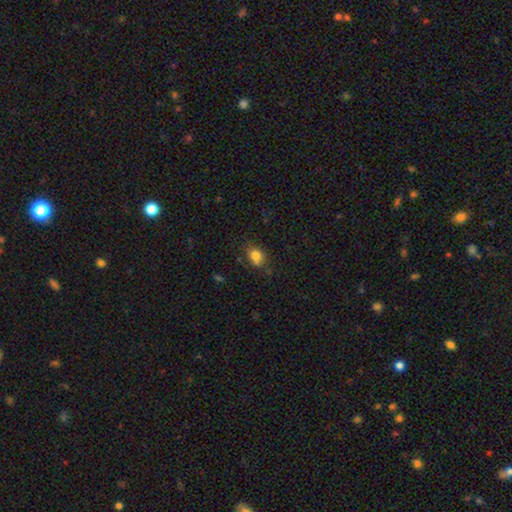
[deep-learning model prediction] A smooth galaxy with no disk features (79%) that is in between round and cigar-shaped (55%).

Vote fractions:
- Smooth or featured? smooth: 79% / star or artifact: 12% / featured or disk: 9%
- How rounded? in between: 55% / round: 44% / cigar-shaped: 1%
- Merging? none: 61% / minor disturbance: 24% / merger: 8% / major disturbance: 7%